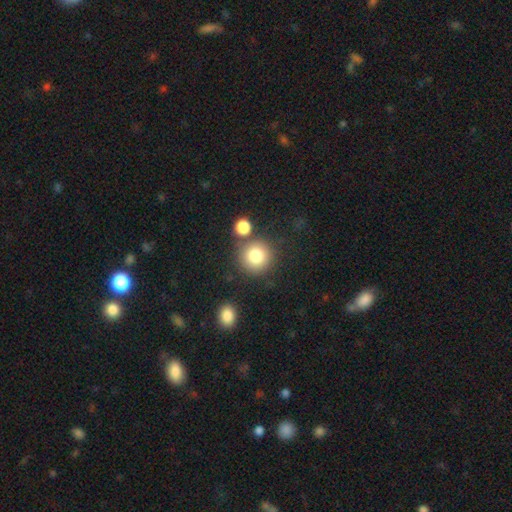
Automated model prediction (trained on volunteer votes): Smooth or featured?
  - smooth: 82% *
  - star or artifact: 10%
  - featured or disk: 8%
How rounded?
  - round: 93% *
  - in between: 6%
  - cigar-shaped: 1%
Merging?
  - none: 75% *
  - merger: 13%
  - minor disturbance: 9%
  - major disturbance: 4%